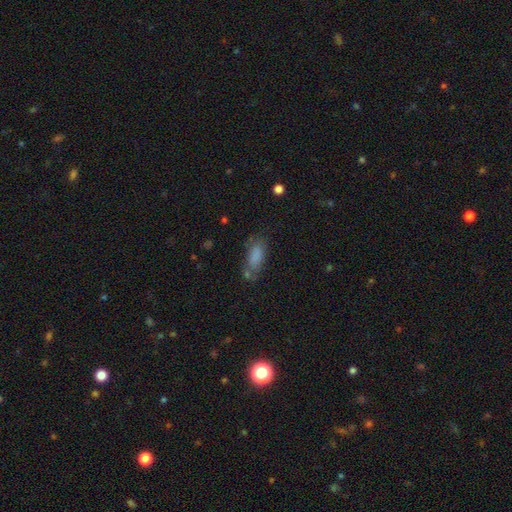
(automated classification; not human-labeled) Morphology: type=smooth (82%); roundness=in between (80%); merging=none (61%).